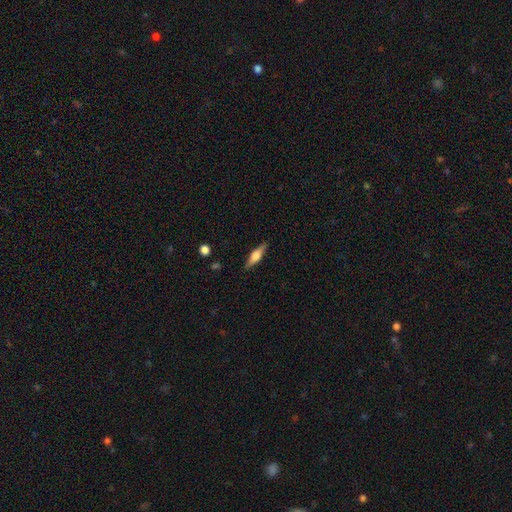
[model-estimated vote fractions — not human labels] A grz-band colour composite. It shows a featured or disk galaxy (53%) viewed edge-on (95%) with a rounded central bulge (83%). Merging: none (87%).